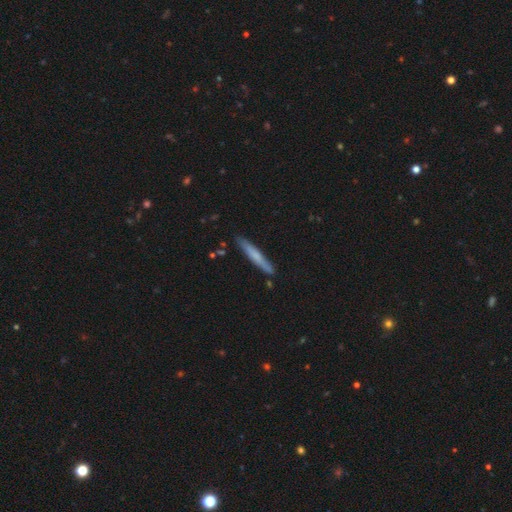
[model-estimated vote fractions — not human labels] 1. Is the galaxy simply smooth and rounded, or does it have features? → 60% smooth, 34% featured or disk, 6% star or artifact.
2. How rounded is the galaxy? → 95% cigar-shaped, 4% in between, 1% round.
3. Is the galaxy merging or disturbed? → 86% none, 11% minor disturbance, 2% merger, 2% major disturbance.